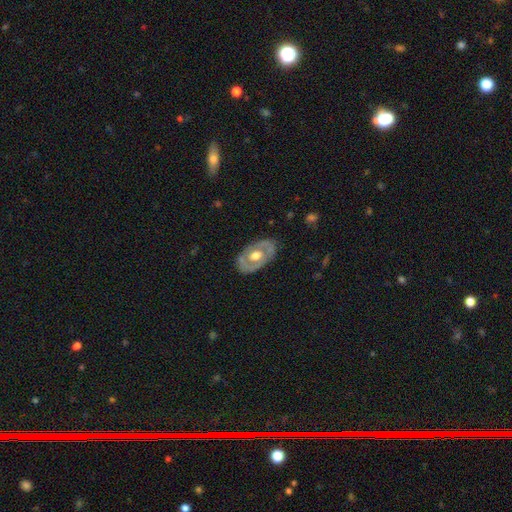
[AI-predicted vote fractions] This appears to be a featured or disk galaxy (67%) with no bar (80%), no spiral arms (65%) and a moderate central bulge (61%). Merging: none (79%).